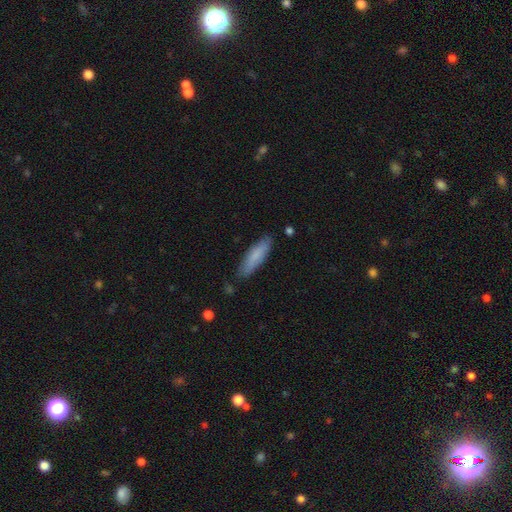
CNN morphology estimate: Smooth or featured?
  - smooth: 79% *
  - featured or disk: 15%
  - star or artifact: 6%
How rounded?
  - cigar-shaped: 67% *
  - in between: 31%
  - round: 1%
Merging?
  - none: 82% *
  - minor disturbance: 14%
  - major disturbance: 2%
  - merger: 2%